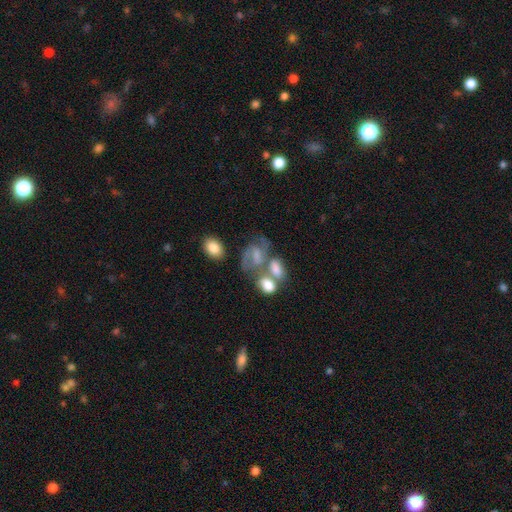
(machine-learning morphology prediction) Smooth or featured?
  - featured or disk: 53% *
  - smooth: 37%
  - star or artifact: 10%
Edge-on disk?
  - no: 97% *
  - yes: 3%
Bar?
  - no: 43% *
  - weak: 37%
  - strong: 20%
Spiral arms?
  - yes: 70% *
  - no: 30%
Bulge size?
  - none: 39% *
  - small: 29%
  - moderate: 22%
  - large: 8%
  - dominant: 2%
Merging?
  - merger: 38% *
  - none: 31%
  - major disturbance: 16%
  - minor disturbance: 16%